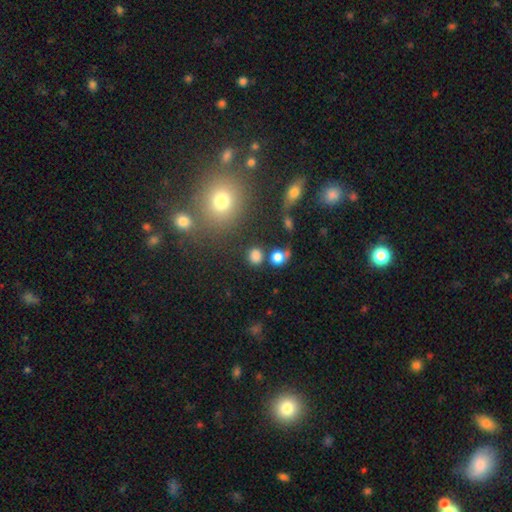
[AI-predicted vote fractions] smooth-or-featured: smooth: 79% | star or artifact: 14% | featured or disk: 7%
  how-rounded: round: 78% | in between: 21% | cigar-shaped: 1%
  merging: none: 68% | merger: 14% | minor disturbance: 11% | major disturbance: 6%